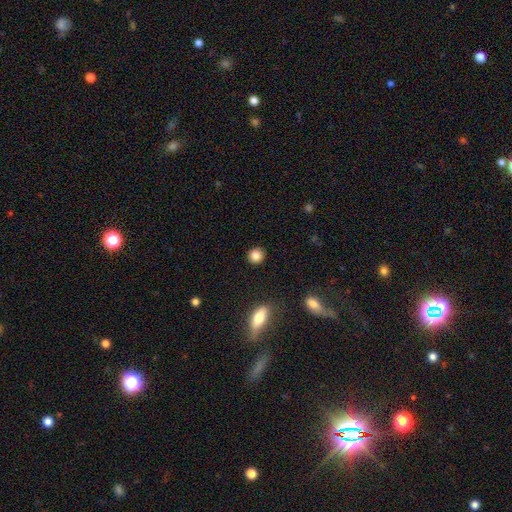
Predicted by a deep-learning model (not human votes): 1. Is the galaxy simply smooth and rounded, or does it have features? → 85% smooth, 10% star or artifact, 5% featured or disk.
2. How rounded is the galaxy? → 89% round, 10% in between, 1% cigar-shaped.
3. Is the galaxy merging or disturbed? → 90% none, 6% minor disturbance, 2% major disturbance, 2% merger.